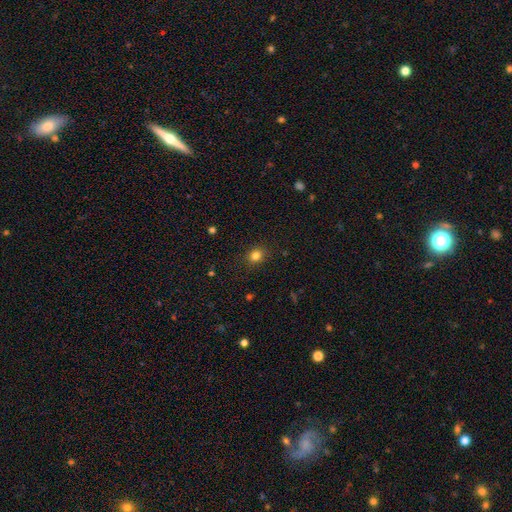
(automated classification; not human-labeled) This is clearly a smooth galaxy (82%). How rounded: likely round (68%). Merging: clearly none (88%).